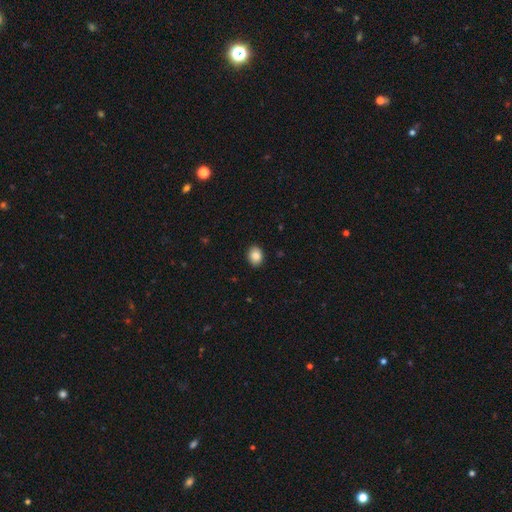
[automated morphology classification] This is clearly a smooth galaxy (88%). How rounded: possibly in between (54%). Merging: clearly none (90%).